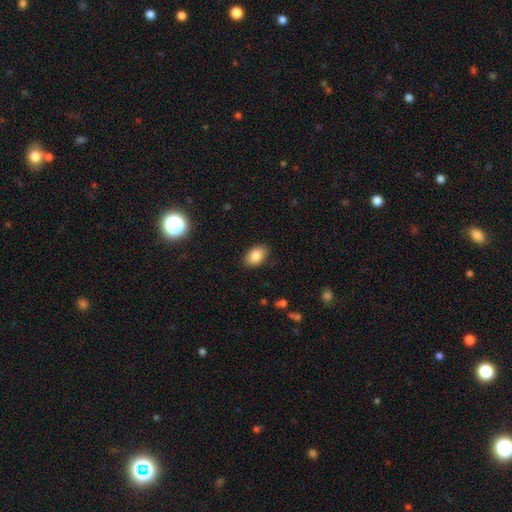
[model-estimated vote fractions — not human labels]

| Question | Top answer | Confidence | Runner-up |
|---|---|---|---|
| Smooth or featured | smooth | 86% | star or artifact (8%) |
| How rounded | in between | 88% | round (11%) |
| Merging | none | 86% | minor disturbance (10%) |